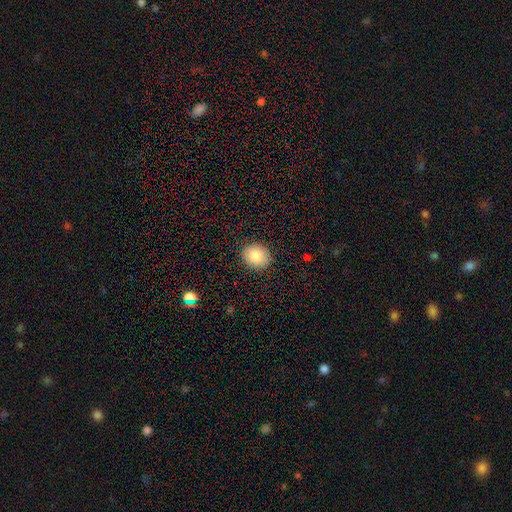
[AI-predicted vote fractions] The model was most divided on "how rounded": round: 62%, in between: 37%, cigar-shaped: 1%. More confident: merging — none (90%); smooth or featured — smooth (83%).